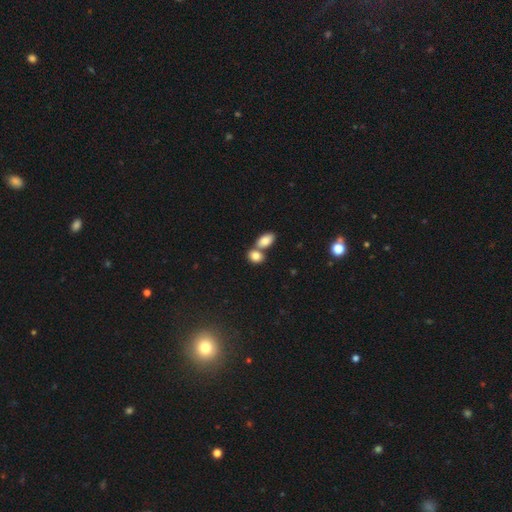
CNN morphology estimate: Smooth or featured: smooth — 84% (featured or disk — 8%)
How rounded: in between — 77% (round — 21%)
Merging: merger — 53% (none — 37%)